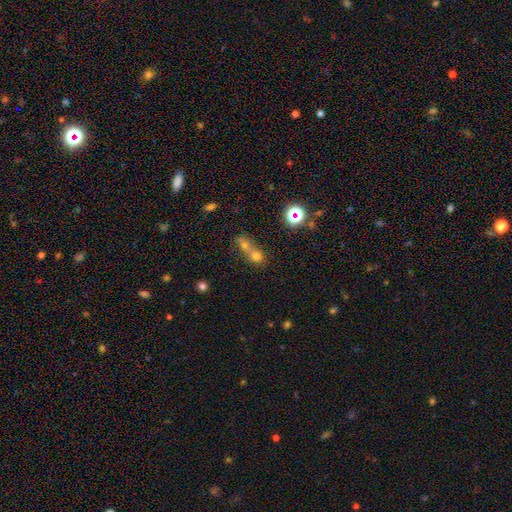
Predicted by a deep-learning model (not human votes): Overall: smooth (62%; star or artifact 23%). How rounded: round (71%). Merging: merger (62%; none 27%).